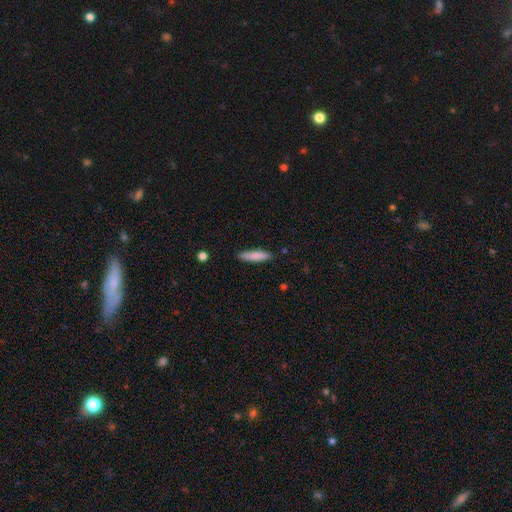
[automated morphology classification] Q: Smooth or featured?
A: smooth (83%); runner-up: featured or disk (11%)
Q: How rounded?
A: cigar-shaped (82%); runner-up: in between (17%)
Q: Merging?
A: none (87%); runner-up: minor disturbance (9%)